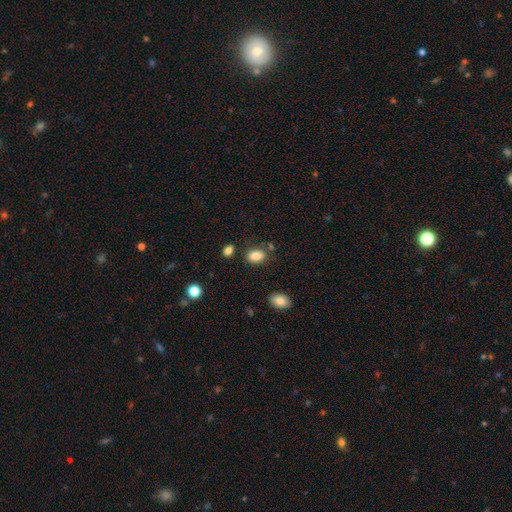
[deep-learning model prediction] This is clearly a smooth galaxy (86%). How rounded: clearly in between (85%). Merging: likely none (75%).